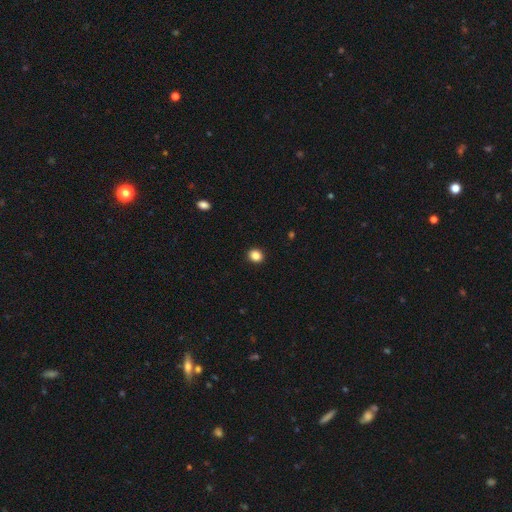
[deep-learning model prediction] smooth 86%, star or artifact 10%, featured or disk 4%. Down the decision tree: how rounded — round (75%); merging — none (93%).